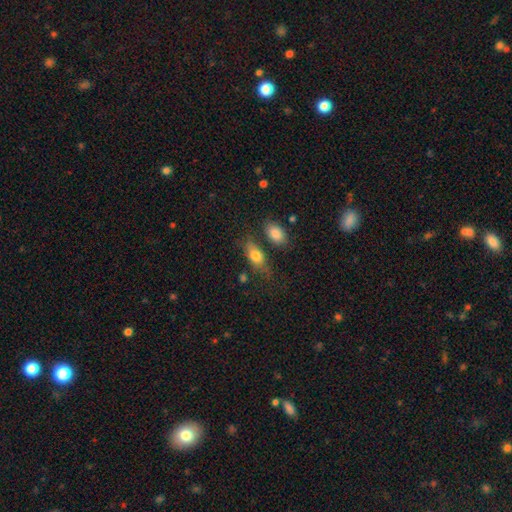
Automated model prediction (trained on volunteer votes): Morphology: type=smooth (78%); roundness=in between (83%); merging=none (60%).